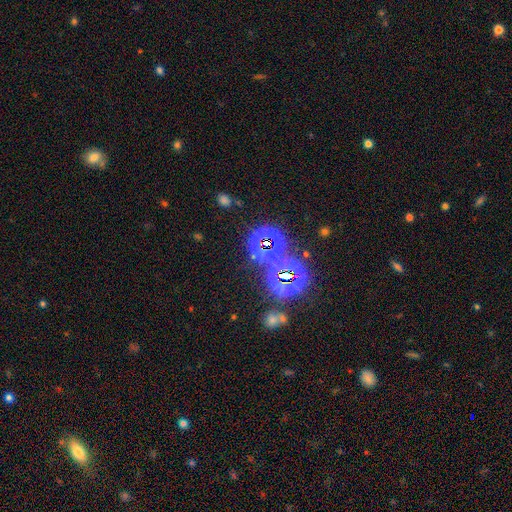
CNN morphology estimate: A star or artifact, not a galaxy (79%).